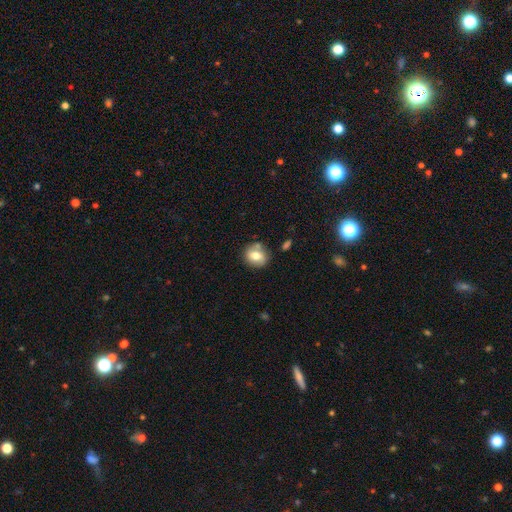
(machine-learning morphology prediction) smooth-or-featured: smooth: 69% | featured or disk: 23% | star or artifact: 9%
  how-rounded: round: 68% | in between: 30% | cigar-shaped: 1%
  merging: none: 73% | minor disturbance: 14% | merger: 9% | major disturbance: 4%